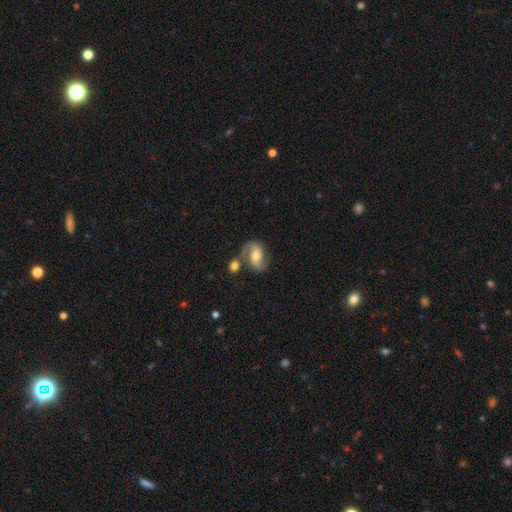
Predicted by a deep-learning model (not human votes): This appears to be a featured or disk galaxy (64%) with no bar (42%), 2 (88%) medium (42%, tied with loose) spiral arms (88%) and a moderate central bulge (65%). Merging: none (59%).